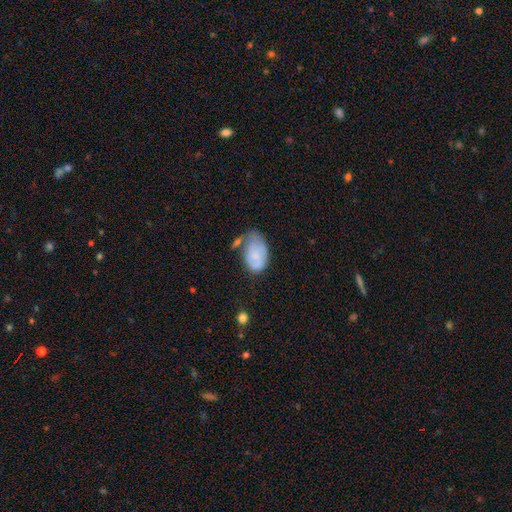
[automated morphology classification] This is likely a smooth galaxy (66%). How rounded: clearly in between (91%). Merging: marginally minor disturbance (34%).